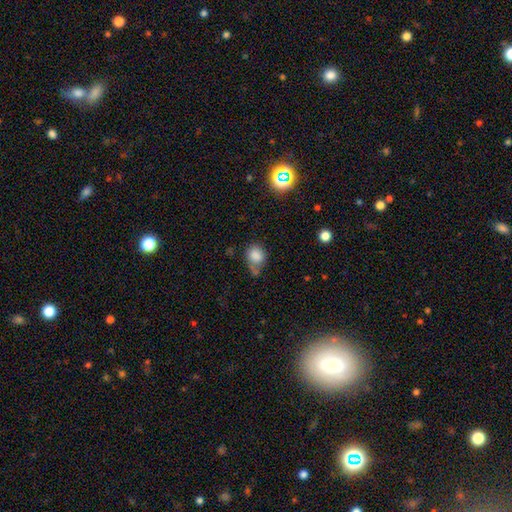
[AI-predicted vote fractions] This appears to be a smooth galaxy with no disk features (82%) that is round (58%). Merging: none (43%).